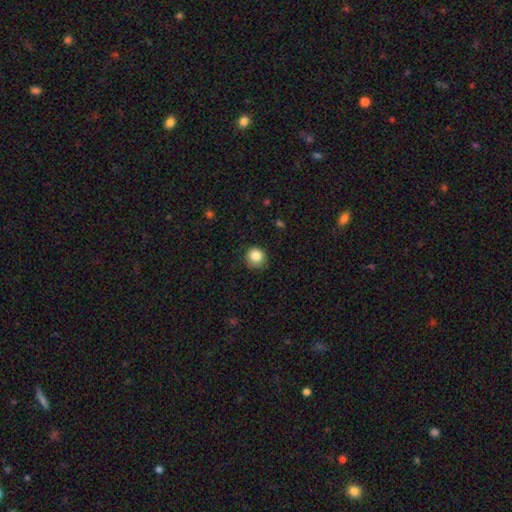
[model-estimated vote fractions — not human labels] A smooth galaxy with no disk features (85%) that is round (93%).

Vote fractions:
- Smooth or featured? smooth: 85% / star or artifact: 10% / featured or disk: 5%
- How rounded? round: 93% / in between: 6% / cigar-shaped: 1%
- Merging? none: 83% / minor disturbance: 13% / major disturbance: 3% / merger: 1%